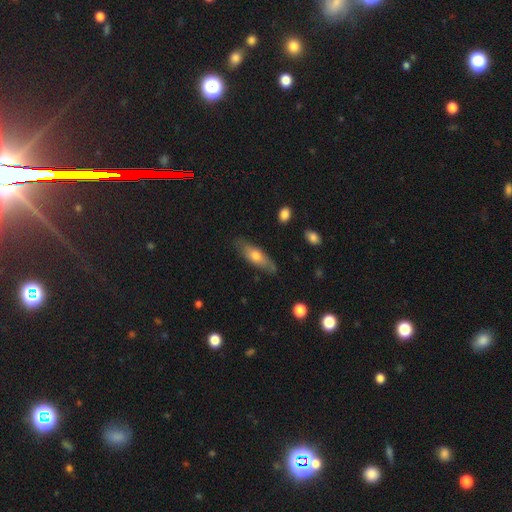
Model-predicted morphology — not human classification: Smooth or featured?
  - smooth: 59% *
  - featured or disk: 35%
  - star or artifact: 6%
How rounded?
  - in between: 55% *
  - cigar-shaped: 43%
  - round: 2%
Merging?
  - none: 77% *
  - minor disturbance: 18%
  - major disturbance: 3%
  - merger: 2%